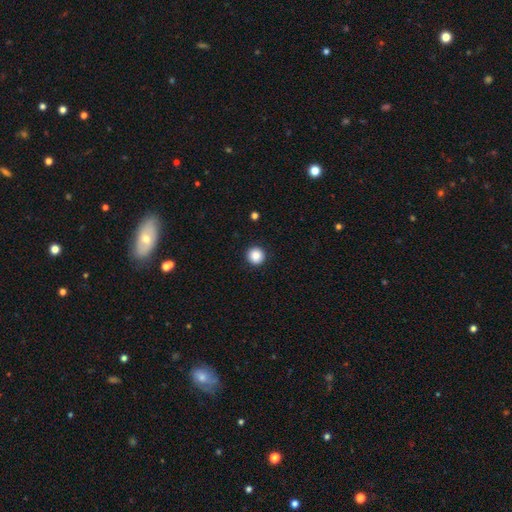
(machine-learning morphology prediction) Overall: smooth (87%). How rounded: round (95%). Merging: none (93%).